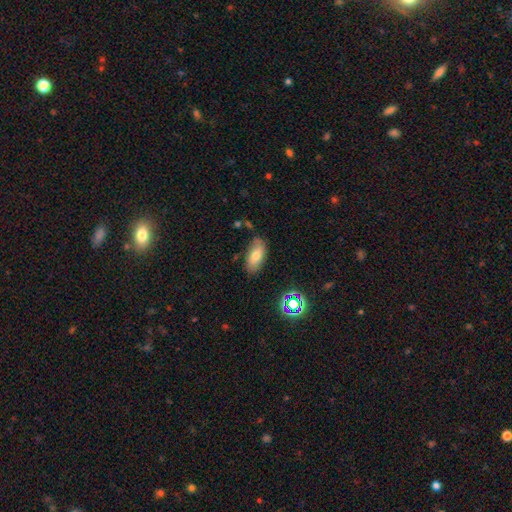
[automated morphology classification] The model was most divided on "merging": none: 72%, minor disturbance: 20%, major disturbance: 4%, merger: 3%. More confident: how rounded — in between (89%); smooth or featured — smooth (71%).